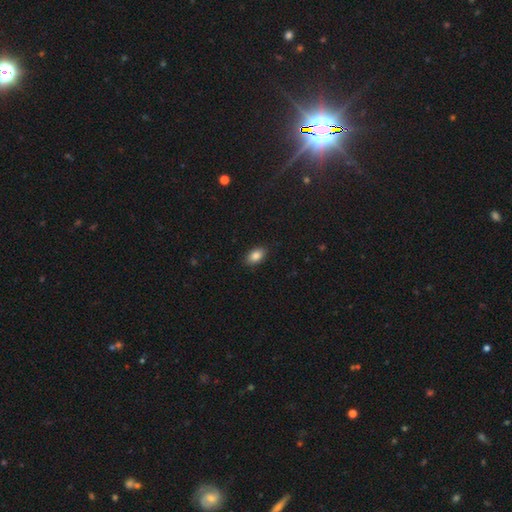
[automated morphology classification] Smooth or featured: smooth — 86% (star or artifact — 8%)
How rounded: in between — 91% (round — 7%)
Merging: none — 88% (minor disturbance — 9%)